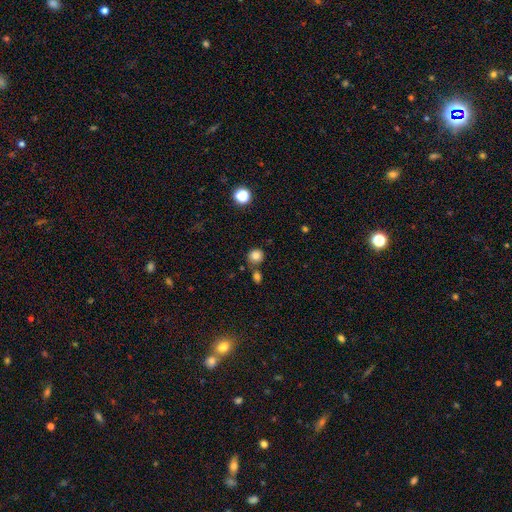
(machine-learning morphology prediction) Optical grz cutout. It shows a smooth galaxy with no disk features (81%) that is round (88%). Merging: none (76%).